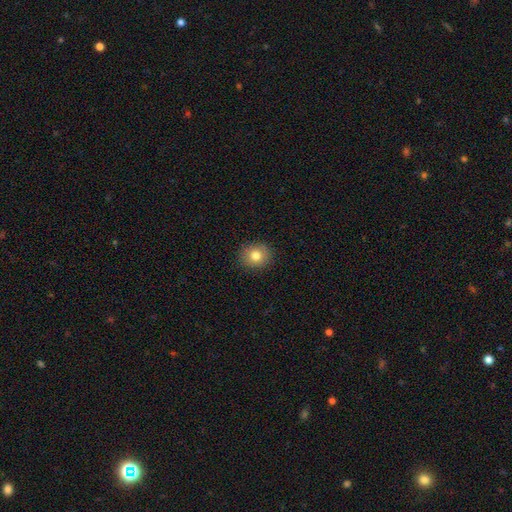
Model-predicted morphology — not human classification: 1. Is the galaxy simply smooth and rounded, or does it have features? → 81% smooth, 10% star or artifact, 9% featured or disk.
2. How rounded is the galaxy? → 80% round, 19% in between, 1% cigar-shaped.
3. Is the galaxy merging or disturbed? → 89% none, 7% minor disturbance, 2% major disturbance, 1% merger.